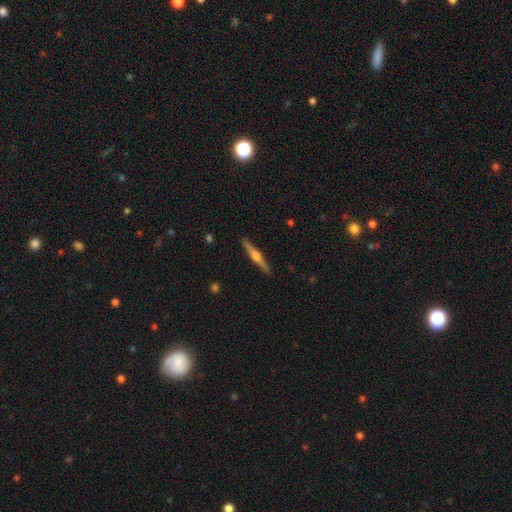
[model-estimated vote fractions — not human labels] smooth-or-featured: featured or disk: 75% | smooth: 20% | star or artifact: 5%
  disk-edge-on: yes: 98% | no: 2%
    edge-on-bulge: rounded: 91% | boxy: 6% | none: 3%
  merging: none: 91% | minor disturbance: 6% | major disturbance: 1% | merger: 1%